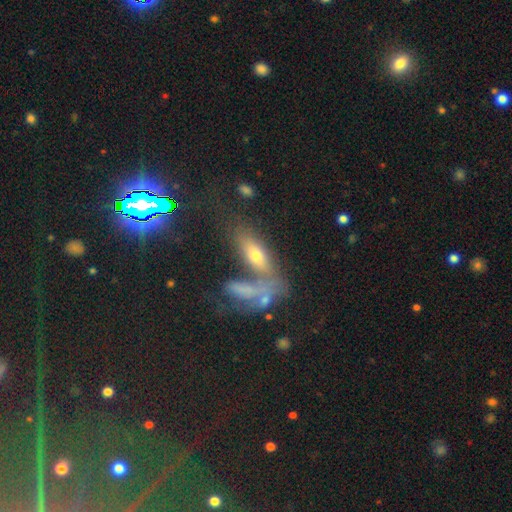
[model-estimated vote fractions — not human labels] Q: Smooth or featured?
A: smooth (45%); runner-up: star or artifact (29%)
Q: Merging?
A: none (47%); runner-up: merger (33%)